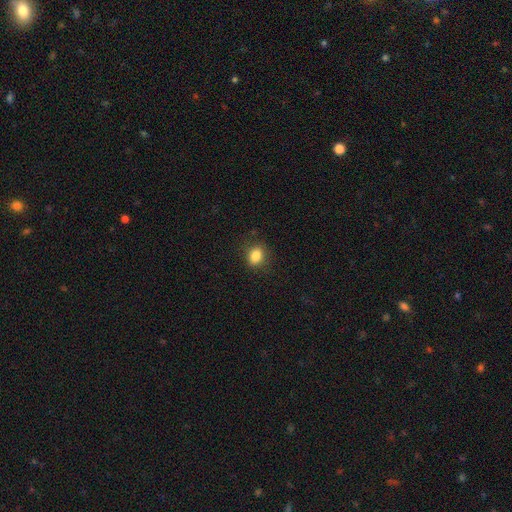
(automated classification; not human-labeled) Smooth or featured?
  - smooth: 84% *
  - star or artifact: 10%
  - featured or disk: 5%
How rounded?
  - in between: 57% *
  - round: 41%
  - cigar-shaped: 1%
Merging?
  - none: 84% *
  - minor disturbance: 11%
  - major disturbance: 3%
  - merger: 1%